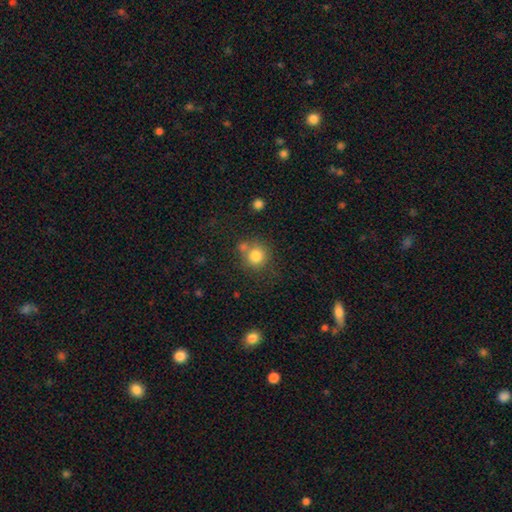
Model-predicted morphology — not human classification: The model was most divided on "merging": none: 63%, merger: 20%, minor disturbance: 12%, major disturbance: 5%. More confident: how rounded — round (89%); smooth or featured — smooth (81%).